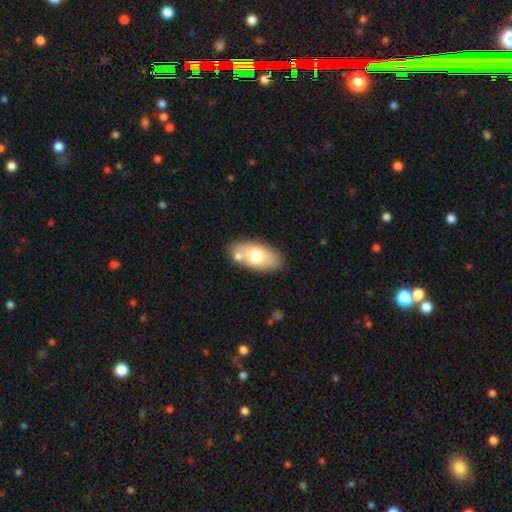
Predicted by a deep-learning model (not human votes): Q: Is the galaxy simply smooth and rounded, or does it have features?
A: smooth — 66%.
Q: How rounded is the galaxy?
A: in between — 92%.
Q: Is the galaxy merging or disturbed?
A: none — 69%.